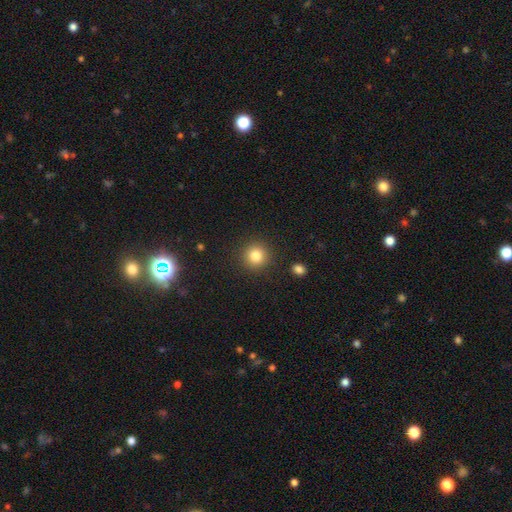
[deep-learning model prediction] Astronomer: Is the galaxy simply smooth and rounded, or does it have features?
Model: smooth — 82%.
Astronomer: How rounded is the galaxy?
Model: round — 94%.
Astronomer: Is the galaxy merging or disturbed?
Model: none — 90%.